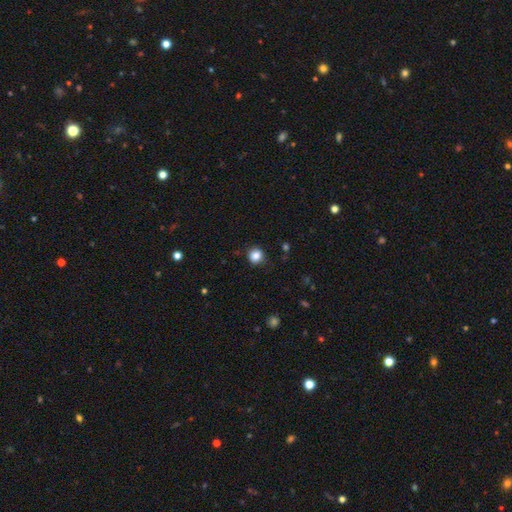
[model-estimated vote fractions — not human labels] Smooth or featured: smooth — 85% (star or artifact — 11%)
How rounded: round — 87% (in between — 12%)
Merging: none — 87% (minor disturbance — 10%)